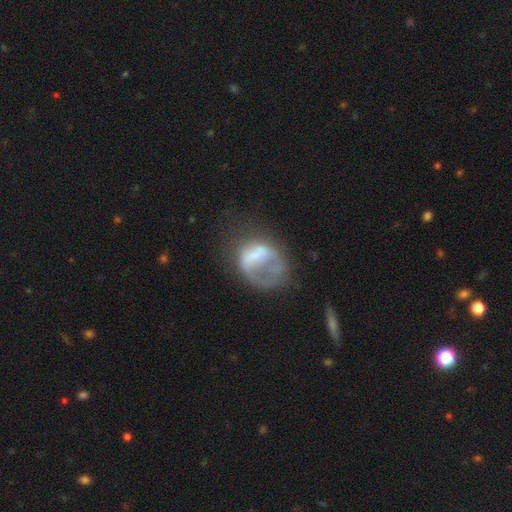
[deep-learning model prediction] smooth-or-featured: featured or disk: 51% | smooth: 39% | star or artifact: 10%
  disk-edge-on: no: 97% | yes: 3%
  merging: major disturbance: 49% | none: 27% | minor disturbance: 17% | merger: 6%